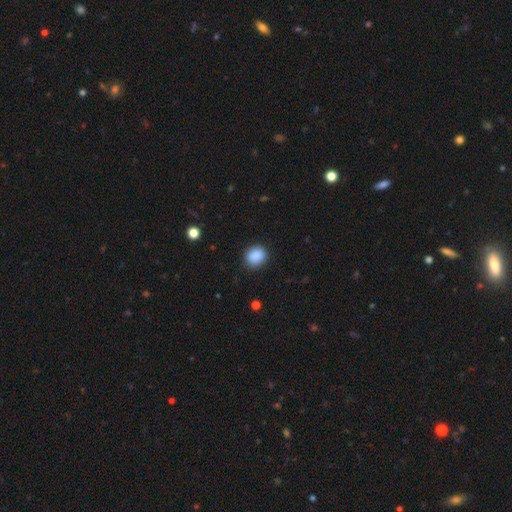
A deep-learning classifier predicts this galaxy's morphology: smooth_or_featured: smooth (p=0.89) [alt: star or artifact p=0.08]
how_rounded: round (p=0.69) [alt: in between p=0.30]
merging: none (p=0.87) [alt: minor disturbance p=0.09]